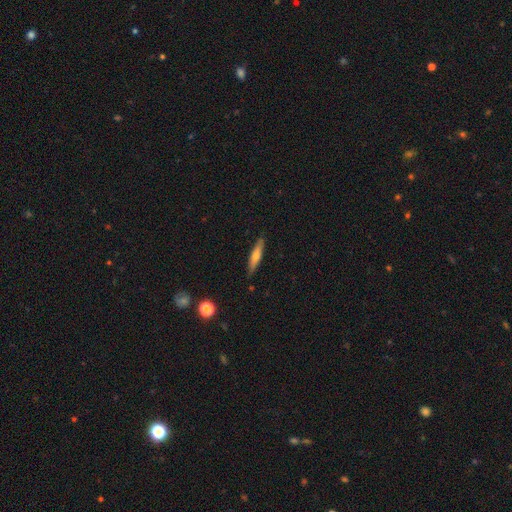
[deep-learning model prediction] smooth-or-featured: smooth: 55% | featured or disk: 38% | star or artifact: 6%
  how-rounded: cigar-shaped: 86% | in between: 12% | round: 2%
  merging: none: 87% | minor disturbance: 10% | major disturbance: 2% | merger: 1%